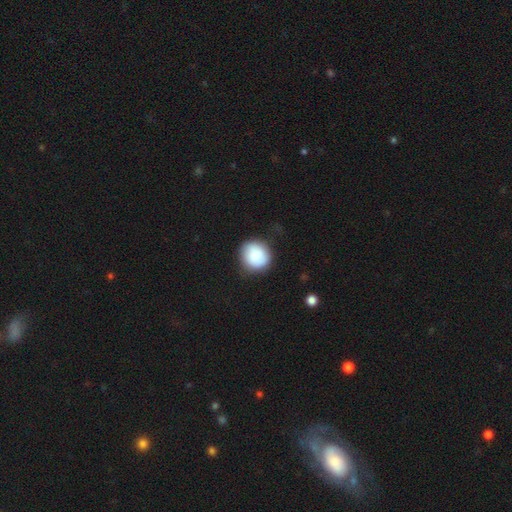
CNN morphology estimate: A smooth galaxy with no disk features (84%) that is round (85%). Merging: none (76%).